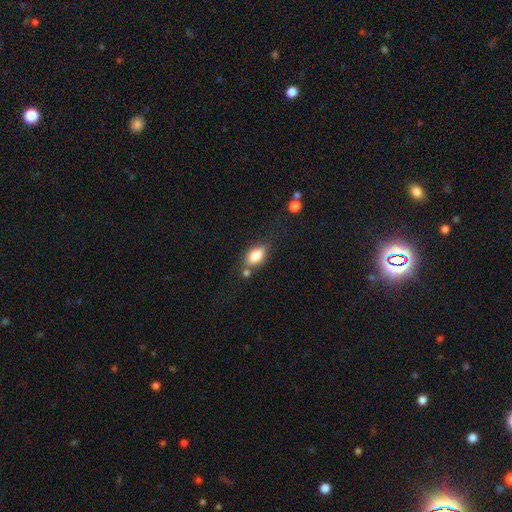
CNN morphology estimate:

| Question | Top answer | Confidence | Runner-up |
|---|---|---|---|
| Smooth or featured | smooth | 79% | featured or disk (13%) |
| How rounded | in between | 85% | round (9%) |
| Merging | none | 61% | minor disturbance (18%) |